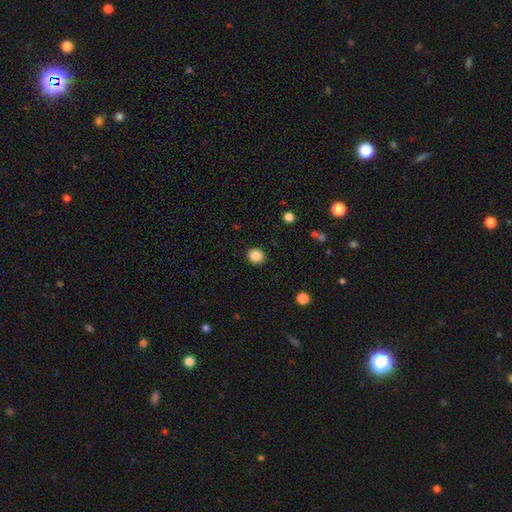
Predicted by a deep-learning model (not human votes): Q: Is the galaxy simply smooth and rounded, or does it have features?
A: smooth — 88%.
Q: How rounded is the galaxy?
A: round — 71%.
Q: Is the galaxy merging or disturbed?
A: none — 90%.